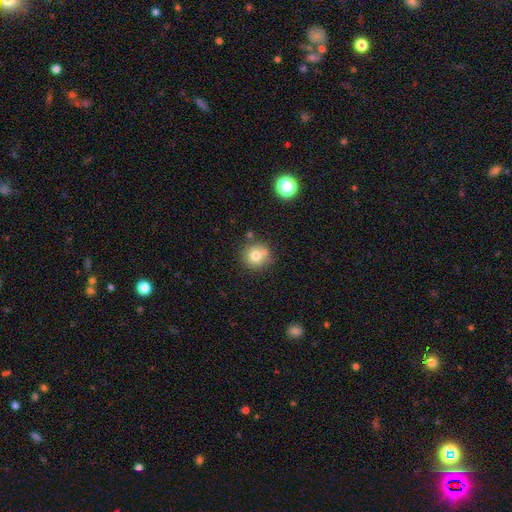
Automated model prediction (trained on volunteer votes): A smooth galaxy with no disk features (75%) that is round (92%). Merging: none (68%).